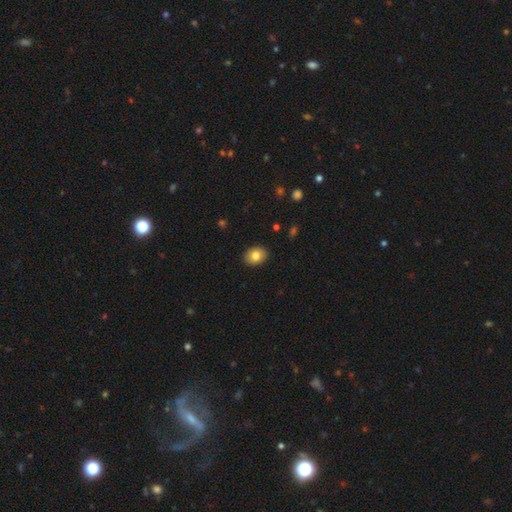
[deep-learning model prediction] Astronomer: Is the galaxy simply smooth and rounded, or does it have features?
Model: smooth — 82%.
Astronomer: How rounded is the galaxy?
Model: in between — 62%.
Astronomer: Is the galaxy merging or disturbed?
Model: none — 90%.